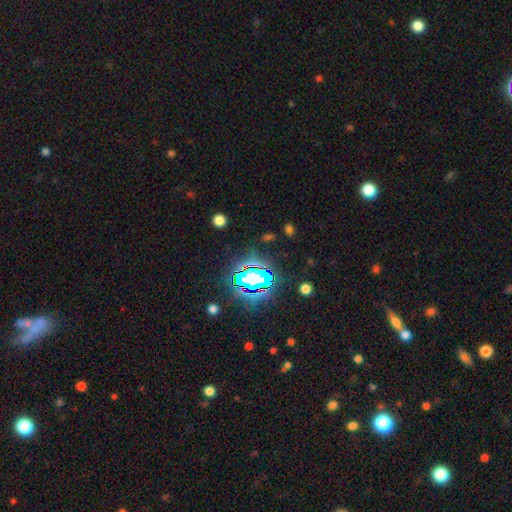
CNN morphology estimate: smooth-or-featured: star or artifact: 81% | smooth: 11% | featured or disk: 8%